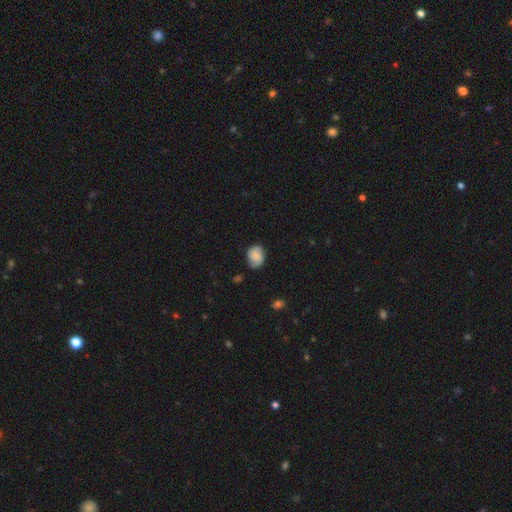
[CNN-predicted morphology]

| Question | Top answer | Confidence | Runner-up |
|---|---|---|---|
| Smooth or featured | smooth | 65% | featured or disk (26%) |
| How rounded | in between | 50% | round (49%) |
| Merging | none | 64% | minor disturbance (27%) |